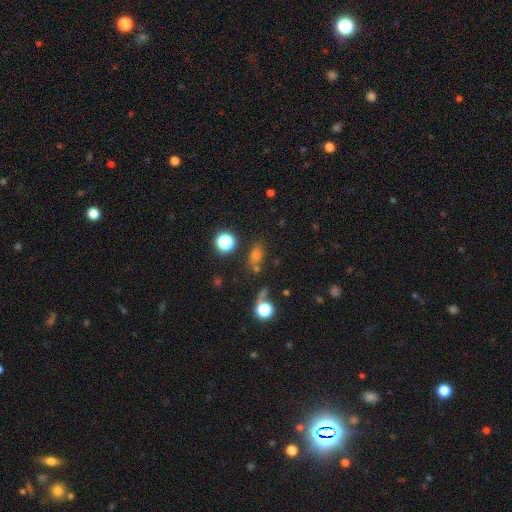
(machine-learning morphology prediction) A smooth galaxy with no disk features (58%) that is in between round and cigar-shaped (57%).

Vote fractions:
- Smooth or featured? smooth: 58% / star or artifact: 30% / featured or disk: 12%
- How rounded? in between: 57% / round: 35% / cigar-shaped: 8%
- Merging? none: 64% / minor disturbance: 14% / merger: 13% / major disturbance: 9%